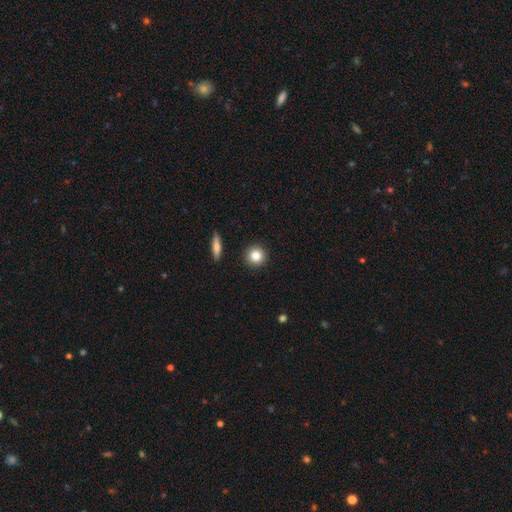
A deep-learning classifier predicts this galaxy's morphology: Smooth or featured? smooth (84%)
How rounded? round (92%)
Merging? none (92%)